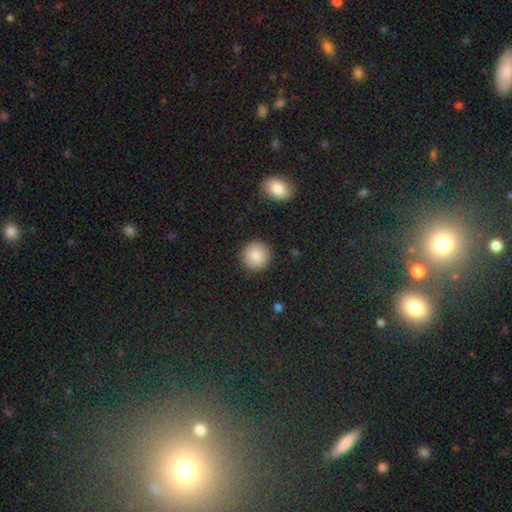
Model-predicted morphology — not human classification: A smooth galaxy with no disk features (85%) that is round (95%). Merging: none (91%).